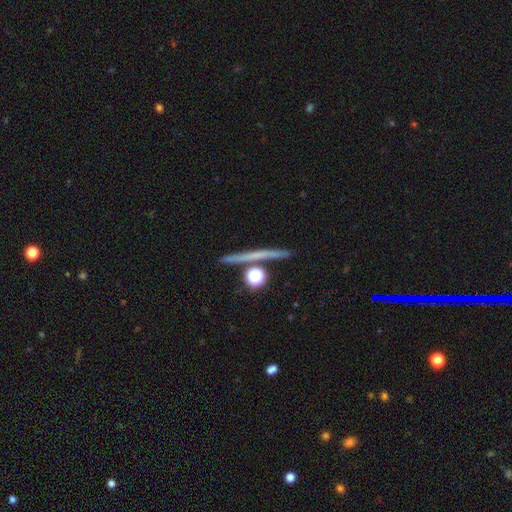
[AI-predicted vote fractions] smooth-or-featured: featured or disk: 46% | smooth: 39% | star or artifact: 15%
  merging: none: 84% | minor disturbance: 7% | merger: 7% | major disturbance: 3%